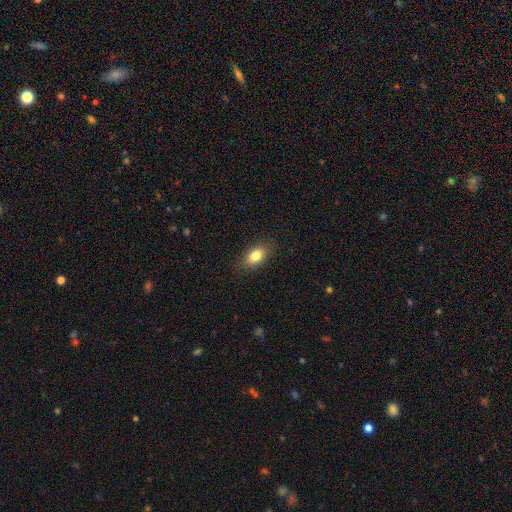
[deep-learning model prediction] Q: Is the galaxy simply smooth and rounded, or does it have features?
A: smooth — 82%.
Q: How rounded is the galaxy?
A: in between — 87%.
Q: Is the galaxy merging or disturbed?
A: none — 86%.